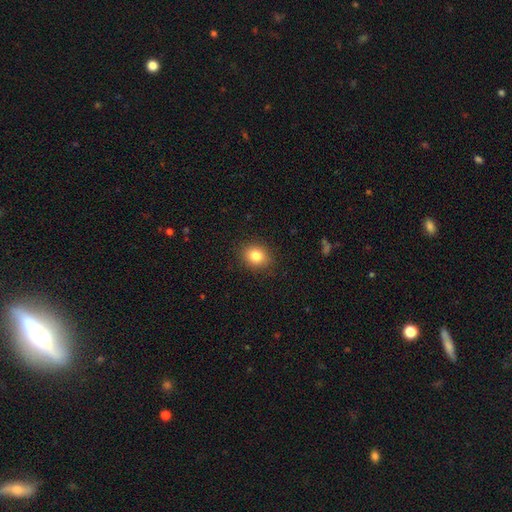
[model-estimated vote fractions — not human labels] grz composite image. It shows a smooth galaxy with no disk features (82%) that is round (63%). Merging: none (89%).